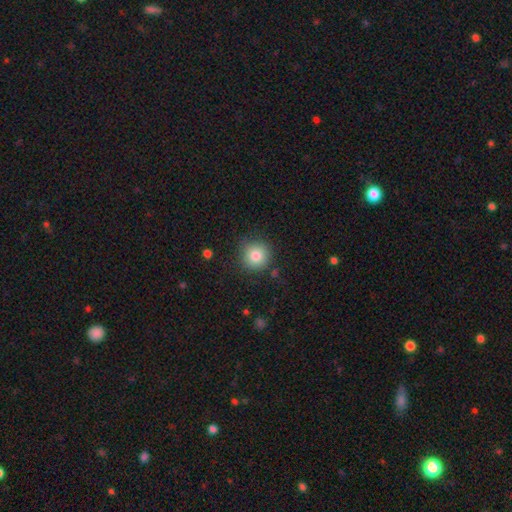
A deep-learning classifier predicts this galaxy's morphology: The model was most divided on "smooth or featured": smooth: 82%, star or artifact: 10%, featured or disk: 8%. More confident: how rounded — round (94%); merging — none (85%).